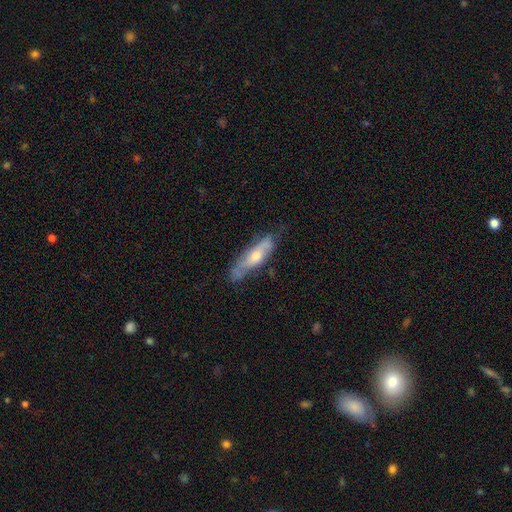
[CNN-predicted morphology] This appears to be a featured or disk galaxy (52%). Merging: none (61%).